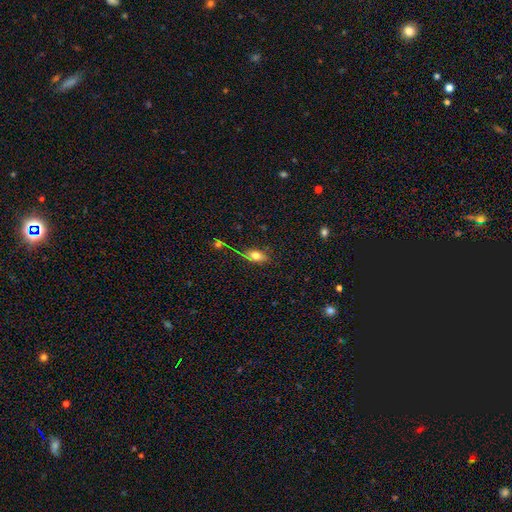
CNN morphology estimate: Overall: smooth (64%). How rounded: in between (76%). Merging: none (54%; minor disturbance 18%).